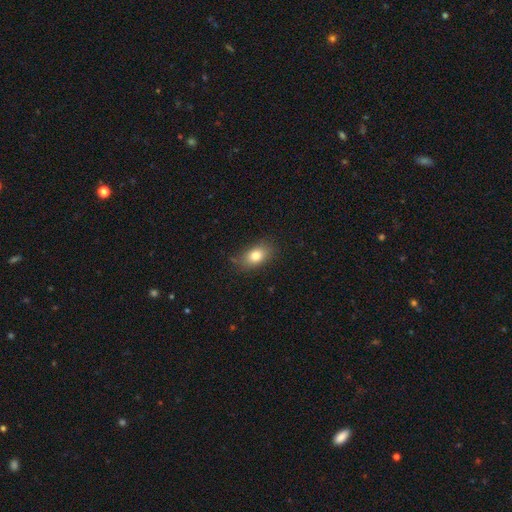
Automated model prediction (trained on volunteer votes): Overall: smooth (79%). How rounded: in between (81%). Merging: none (78%).